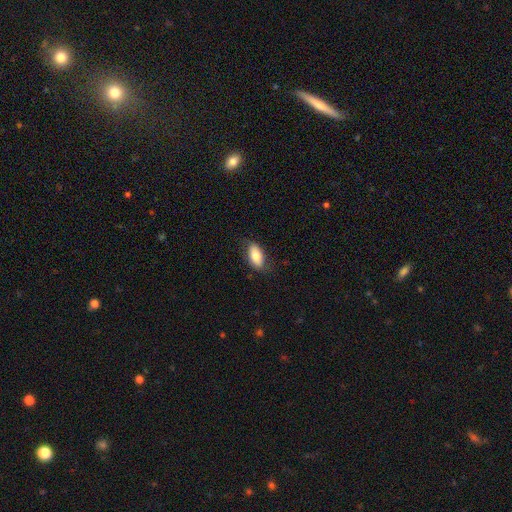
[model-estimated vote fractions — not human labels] Smooth or featured: smooth — 78% (featured or disk — 15%)
How rounded: in between — 91% (cigar-shaped — 6%)
Merging: none — 79% (minor disturbance — 16%)